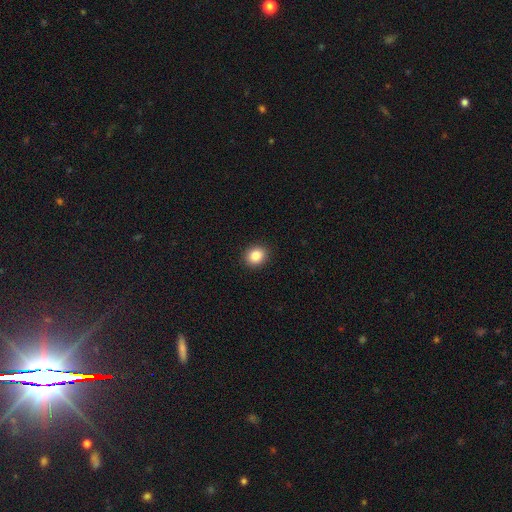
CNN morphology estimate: Smooth or featured? smooth (85%)
How rounded? round (71%)
Merging? none (92%)